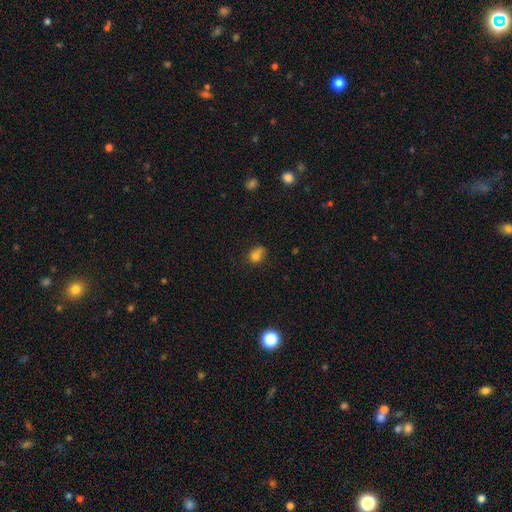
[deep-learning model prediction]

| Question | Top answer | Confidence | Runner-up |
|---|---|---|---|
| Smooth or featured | smooth | 75% | star or artifact (13%) |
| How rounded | in between | 53% | round (45%) |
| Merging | none | 44% | minor disturbance (29%) |